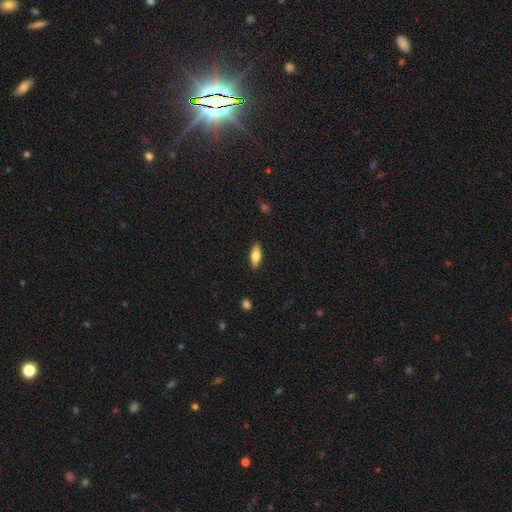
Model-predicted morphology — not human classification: Q: Smooth or featured?
A: smooth (69%); runner-up: featured or disk (25%)
Q: How rounded?
A: in between (66%); runner-up: cigar-shaped (32%)
Q: Merging?
A: none (89%); runner-up: minor disturbance (8%)